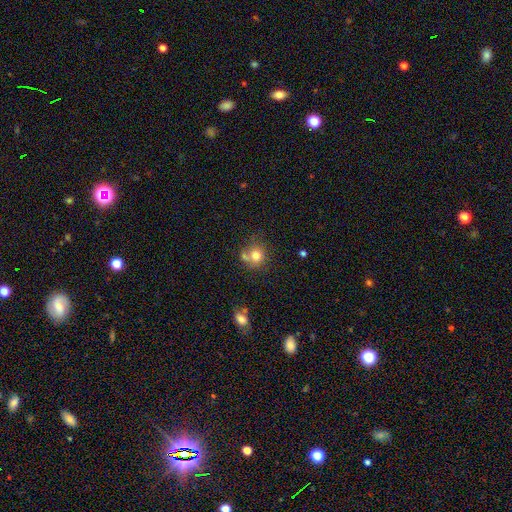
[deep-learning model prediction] Smooth or featured: smooth — 75% (featured or disk — 13%)
How rounded: round — 80% (in between — 19%)
Merging: none — 50% (merger — 25%)